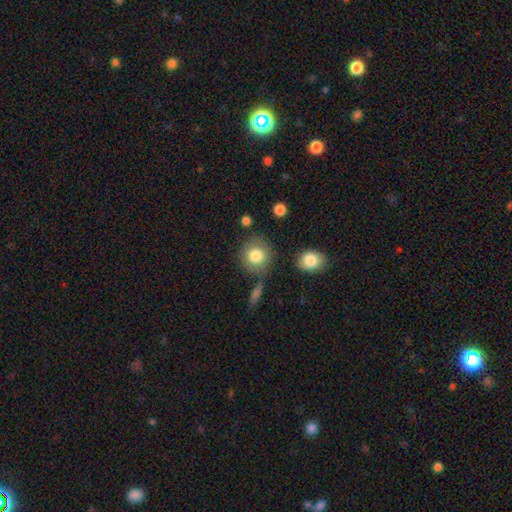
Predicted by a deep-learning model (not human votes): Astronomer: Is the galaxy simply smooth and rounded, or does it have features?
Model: smooth — 83%.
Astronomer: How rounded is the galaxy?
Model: round — 88%.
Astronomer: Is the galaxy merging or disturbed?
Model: none — 74%.